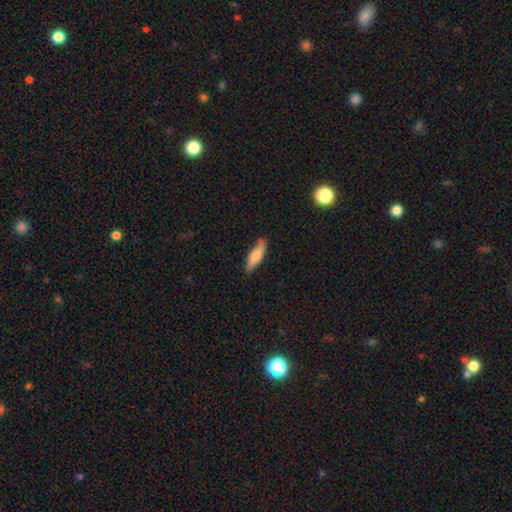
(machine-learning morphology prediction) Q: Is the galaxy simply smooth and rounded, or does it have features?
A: smooth — 69%.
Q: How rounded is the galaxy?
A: cigar-shaped — 63%.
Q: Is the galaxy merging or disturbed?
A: none — 79%.